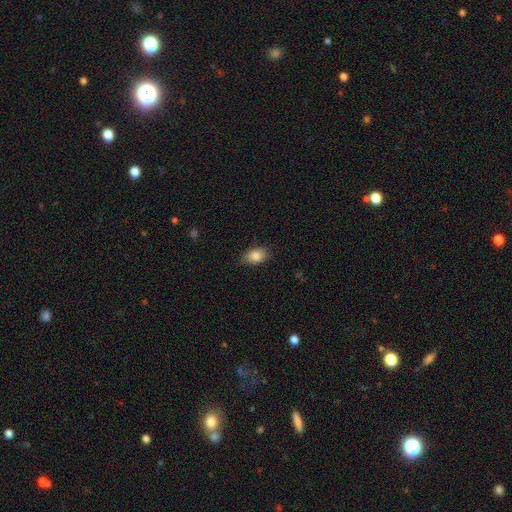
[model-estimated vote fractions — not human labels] Morphology: type=smooth (86%); roundness=in between (81%); merging=none (78%).